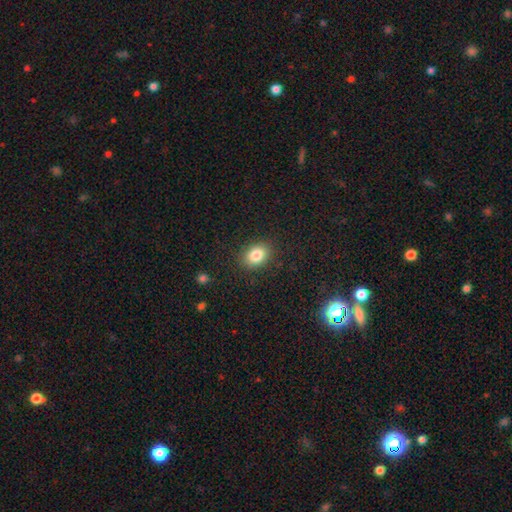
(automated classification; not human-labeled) Smooth or featured: smooth — 84% (star or artifact — 9%)
How rounded: in between — 65% (round — 34%)
Merging: none — 86% (minor disturbance — 9%)